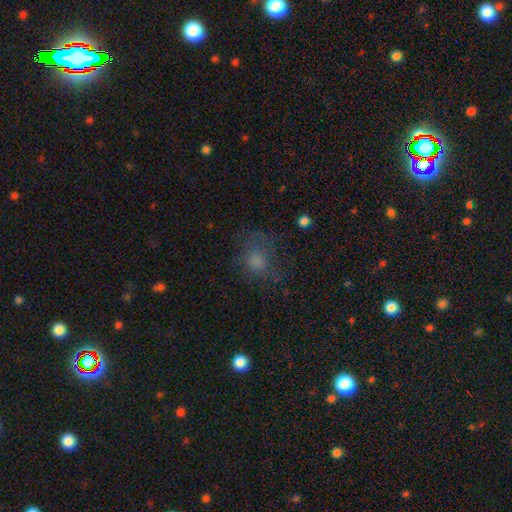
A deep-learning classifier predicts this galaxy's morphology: Smooth or featured: smooth — 52% (star or artifact — 27%)
How rounded: round — 70% (in between — 28%)
Merging: none — 61% (minor disturbance — 19%)